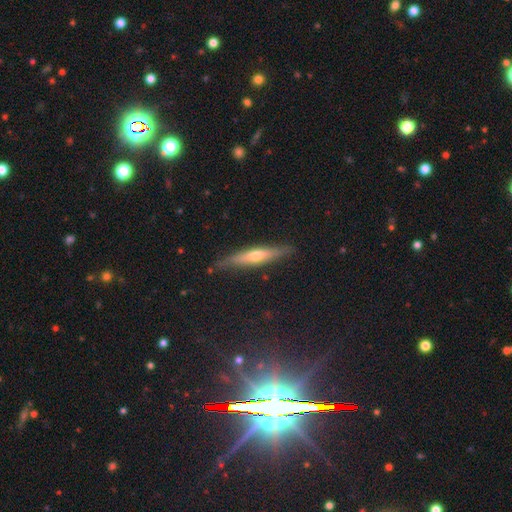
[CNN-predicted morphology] featured or disk 58%, smooth 35%, star or artifact 8%. Down the decision tree: edge-on disk — yes (91%); edge-on bulge — rounded (77%); merging — none (84%).